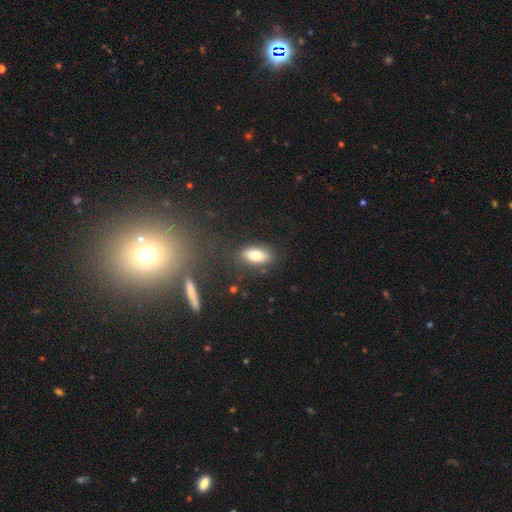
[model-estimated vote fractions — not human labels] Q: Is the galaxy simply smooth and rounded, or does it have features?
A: smooth — 81%.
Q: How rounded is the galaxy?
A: in between — 85%.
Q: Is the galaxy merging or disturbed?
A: none — 82%.